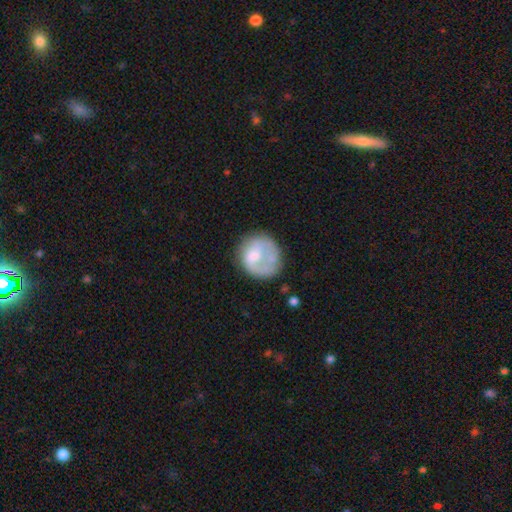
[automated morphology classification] smooth-or-featured: smooth: 52% | featured or disk: 41% | star or artifact: 7%
  how-rounded: round: 80% | in between: 19% | cigar-shaped: 1%
  merging: none: 52% | minor disturbance: 22% | major disturbance: 21% | merger: 5%